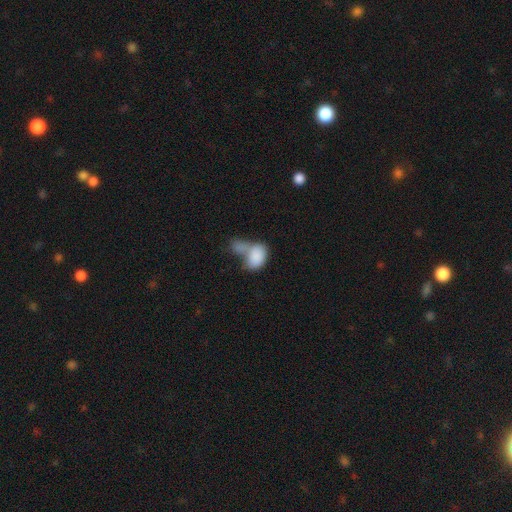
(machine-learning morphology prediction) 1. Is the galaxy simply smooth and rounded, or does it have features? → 83% smooth, 10% featured or disk, 7% star or artifact.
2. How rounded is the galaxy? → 87% in between, 12% round, 2% cigar-shaped.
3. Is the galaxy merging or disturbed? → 62% merger, 16% none, 11% major disturbance, 10% minor disturbance.